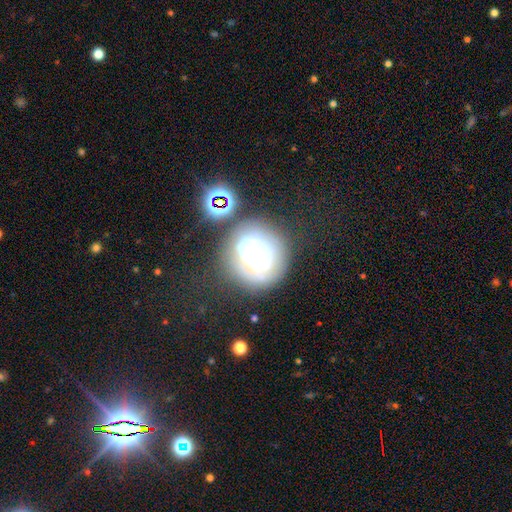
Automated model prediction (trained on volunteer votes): featured or disk 45%, smooth 39%, star or artifact 16%. Down the decision tree: merging — none (52%).